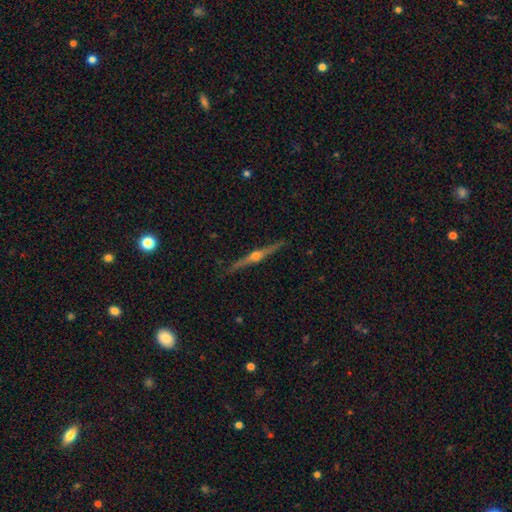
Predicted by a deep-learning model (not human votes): Smooth or featured?
  - featured or disk: 81% *
  - smooth: 13%
  - star or artifact: 6%
Edge-on disk?
  - yes: 98% *
  - no: 2%
Edge-on bulge?
  - rounded: 95% *
  - none: 3%
  - boxy: 2%
Merging?
  - none: 90% *
  - minor disturbance: 7%
  - major disturbance: 1%
  - merger: 1%